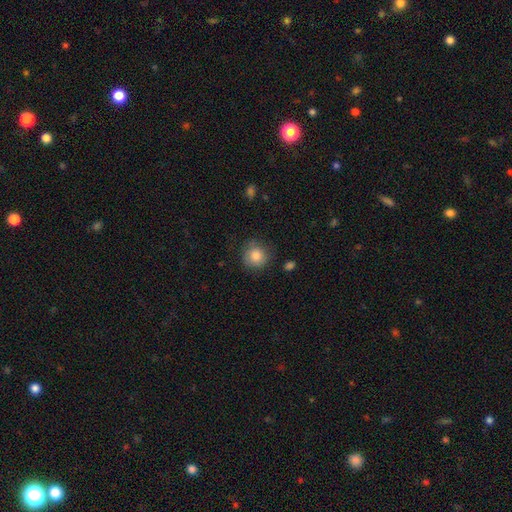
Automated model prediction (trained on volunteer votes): Smooth or featured?
  - smooth: 83% *
  - featured or disk: 8%
  - star or artifact: 8%
How rounded?
  - round: 91% *
  - in between: 8%
  - cigar-shaped: 1%
Merging?
  - none: 79% *
  - minor disturbance: 15%
  - major disturbance: 4%
  - merger: 2%